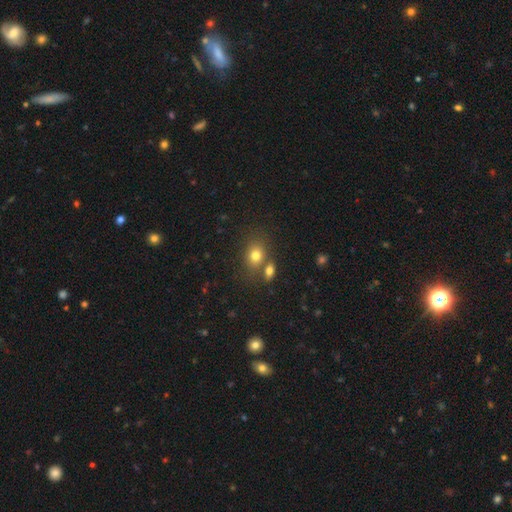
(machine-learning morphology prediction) This is likely a smooth galaxy (78%). How rounded: possibly in between (54%). Merging: possibly none (57%).